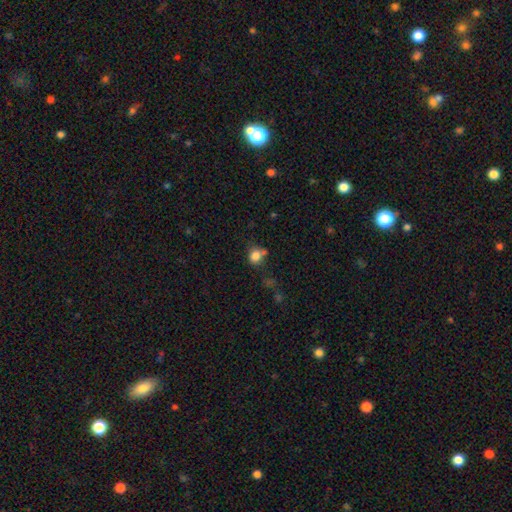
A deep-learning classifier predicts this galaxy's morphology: Smooth or featured?
  - smooth: 82% *
  - star or artifact: 11%
  - featured or disk: 7%
How rounded?
  - round: 67% *
  - in between: 32%
  - cigar-shaped: 1%
Merging?
  - none: 58% *
  - minor disturbance: 21%
  - merger: 13%
  - major disturbance: 8%